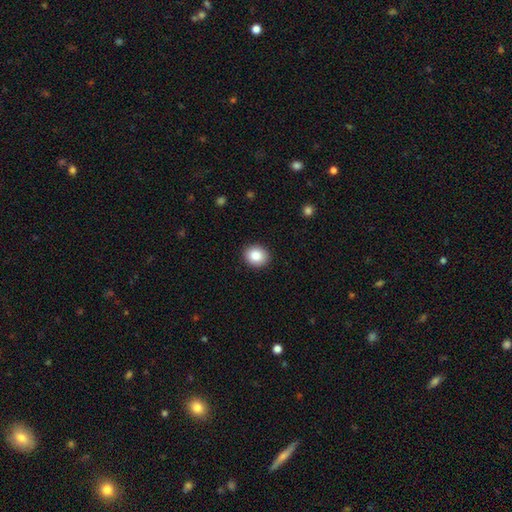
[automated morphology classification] smooth 87%, star or artifact 8%, featured or disk 5%. Down the decision tree: how rounded — round (67%); merging — none (91%).